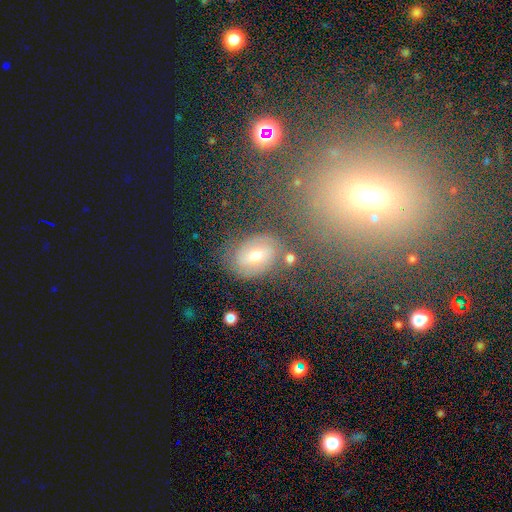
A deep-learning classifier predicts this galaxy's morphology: smooth-or-featured: featured or disk: 43% | smooth: 33% | star or artifact: 24%
  merging: none: 80% | minor disturbance: 11% | major disturbance: 5% | merger: 4%